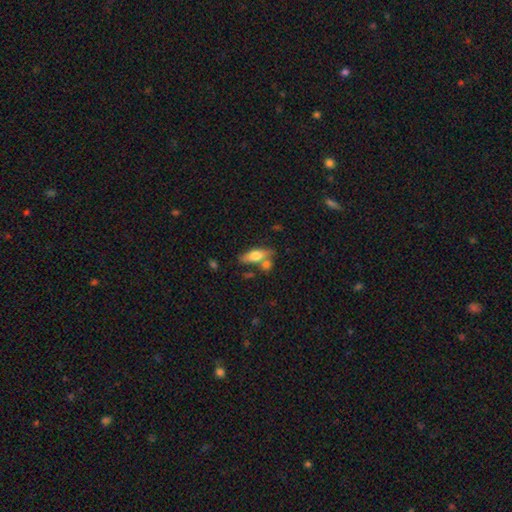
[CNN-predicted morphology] smooth-or-featured: smooth: 56% | featured or disk: 37% | star or artifact: 7%
  how-rounded: in between: 58% | cigar-shaped: 38% | round: 4%
  merging: none: 61% | merger: 20% | minor disturbance: 14% | major disturbance: 5%